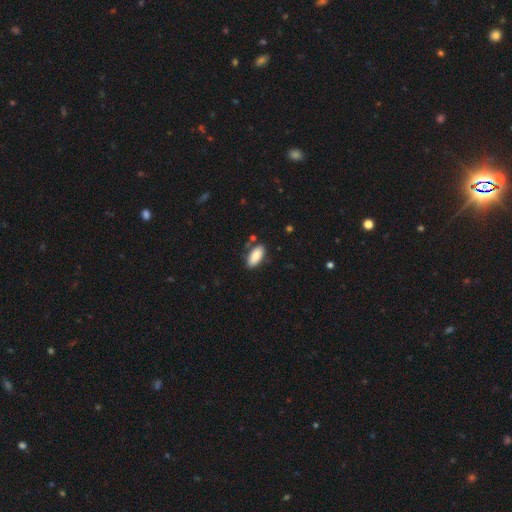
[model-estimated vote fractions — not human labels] Smooth or featured: smooth — 86% (featured or disk — 8%)
How rounded: in between — 89% (cigar-shaped — 8%)
Merging: none — 78% (minor disturbance — 15%)